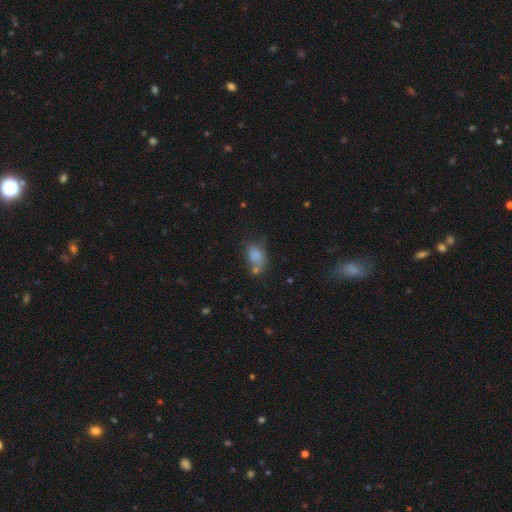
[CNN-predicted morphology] The model was most divided on "merging": none: 41%, minor disturbance: 24%, merger: 22%, major disturbance: 12%. More confident: smooth or featured — smooth (79%); how rounded — in between (76%).